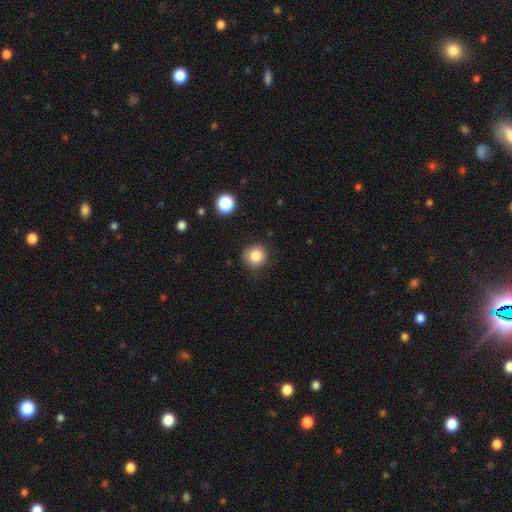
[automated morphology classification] smooth_or_featured: smooth (p=0.83) [alt: star or artifact p=0.11]
how_rounded: round (p=0.90) [alt: in between p=0.09]
merging: none (p=0.82) [alt: minor disturbance p=0.13]